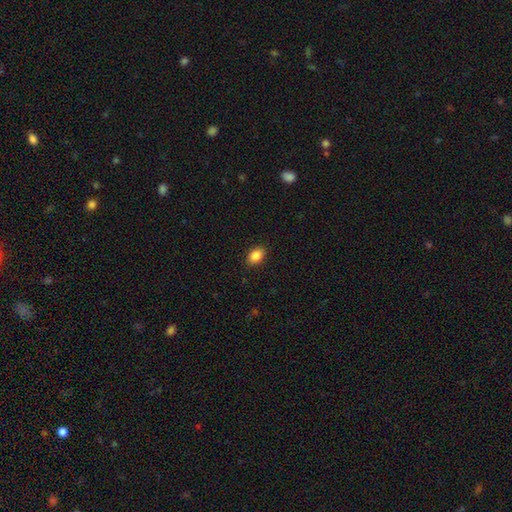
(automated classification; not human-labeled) Smooth or featured: smooth — 87% (star or artifact — 8%)
How rounded: in between — 83% (round — 15%)
Merging: none — 89% (minor disturbance — 8%)